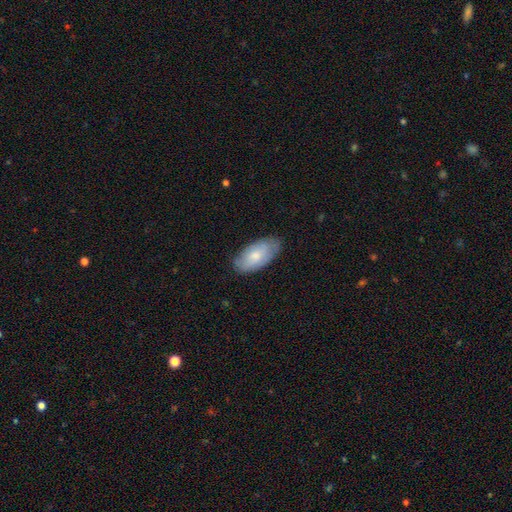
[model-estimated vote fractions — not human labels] Q: Smooth or featured?
A: smooth (71%); runner-up: featured or disk (24%)
Q: How rounded?
A: in between (94%); runner-up: cigar-shaped (3%)
Q: Merging?
A: none (76%); runner-up: minor disturbance (20%)